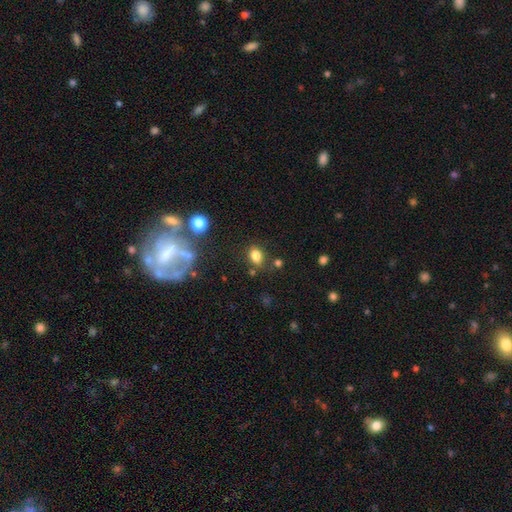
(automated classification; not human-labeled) smooth 80%, star or artifact 13%, featured or disk 8%. Down the decision tree: how rounded — in between (73%); merging — none (76%).